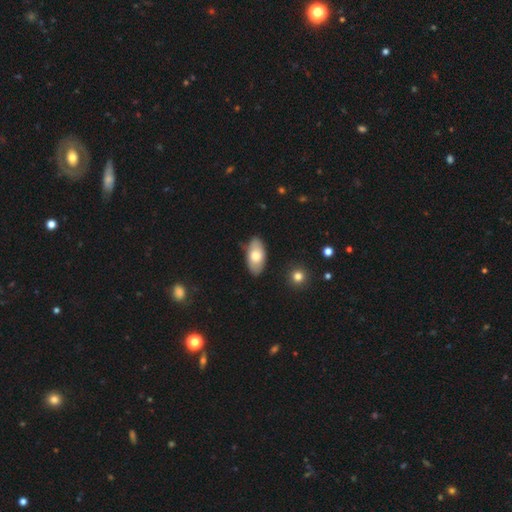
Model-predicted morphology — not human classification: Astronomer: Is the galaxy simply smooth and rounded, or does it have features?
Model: smooth — 70%.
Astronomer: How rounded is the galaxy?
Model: in between — 94%.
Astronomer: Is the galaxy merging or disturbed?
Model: none — 81%.